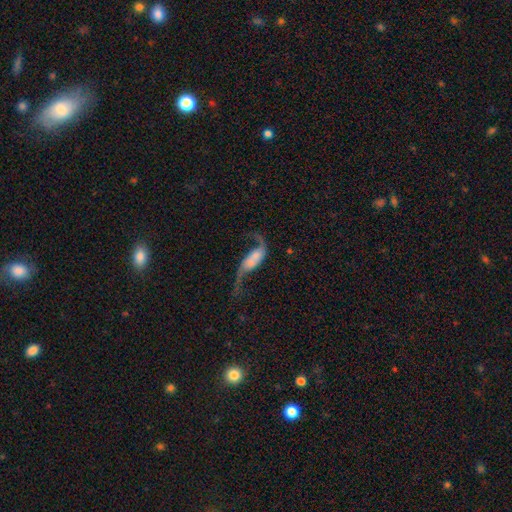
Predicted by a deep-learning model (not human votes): Smooth or featured?
  - featured or disk: 77% *
  - smooth: 16%
  - star or artifact: 7%
Edge-on disk?
  - no: 91% *
  - yes: 9%
Bar?
  - no: 55% *
  - weak: 28%
  - strong: 16%
Spiral arms?
  - yes: 90% *
  - no: 10%
Spiral winding?
  - loose: 92% *
  - medium: 6%
  - tight: 2%
Spiral arm count?
  - 2: 88% *
  - 1: 7%
  - can't tell: 2%
  - 3: 1%
  - 4: 1%
  - more than 4: 1%
Bulge size?
  - none: 37% *
  - small: 28%
  - moderate: 16%
  - large: 13%
  - dominant: 7%
Merging?
  - none: 45% *
  - major disturbance: 29%
  - minor disturbance: 17%
  - merger: 9%